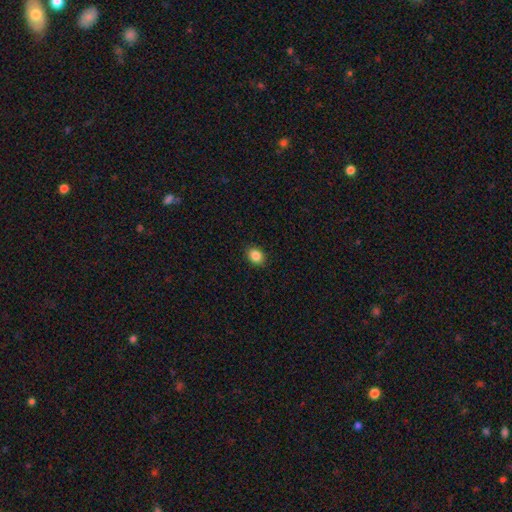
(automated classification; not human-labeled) Smooth or featured: smooth — 87% (star or artifact — 9%)
How rounded: in between — 63% (round — 35%)
Merging: none — 90% (minor disturbance — 7%)